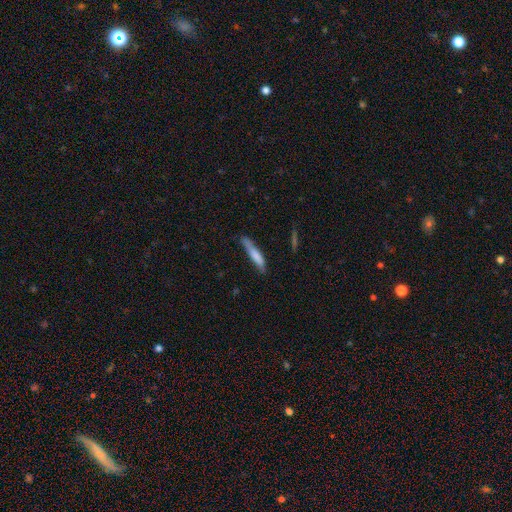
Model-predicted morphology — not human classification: Smooth or featured? Predicted: smooth (p=0.71). How rounded? Predicted: cigar-shaped (p=0.89). Merging? Predicted: none (p=0.63).